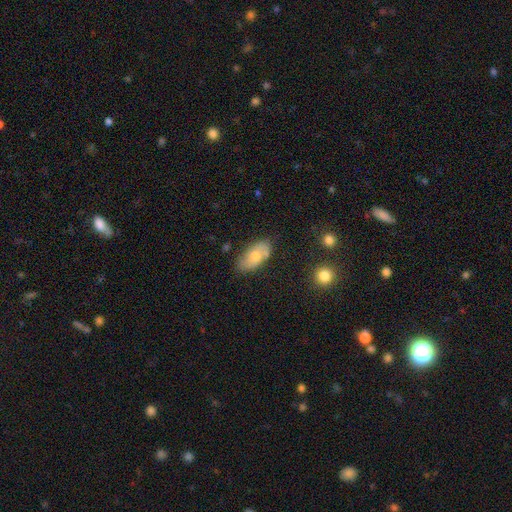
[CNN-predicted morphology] Smooth or featured? Predicted: smooth (p=0.67). How rounded? Predicted: in between (p=0.92). Merging? Predicted: none (p=0.69).